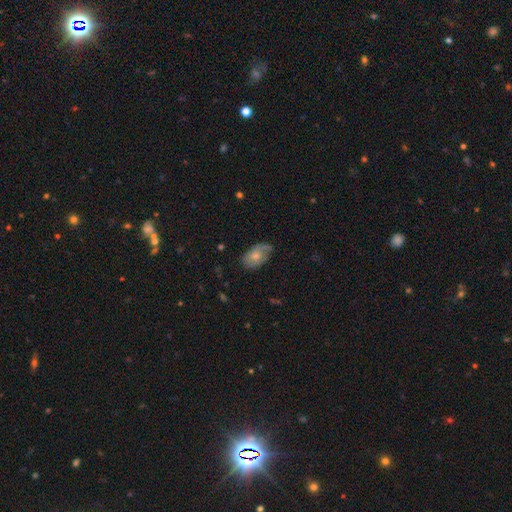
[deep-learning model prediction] smooth-or-featured: smooth: 60% | featured or disk: 33% | star or artifact: 7%
  how-rounded: in between: 90% | round: 8% | cigar-shaped: 2%
  merging: none: 57% | minor disturbance: 31% | major disturbance: 10% | merger: 2%